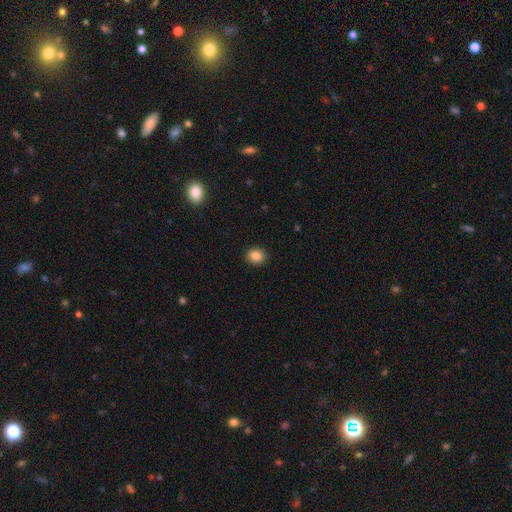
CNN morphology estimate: This is clearly a smooth galaxy (86%). How rounded: likely round (67%). Merging: clearly none (90%).